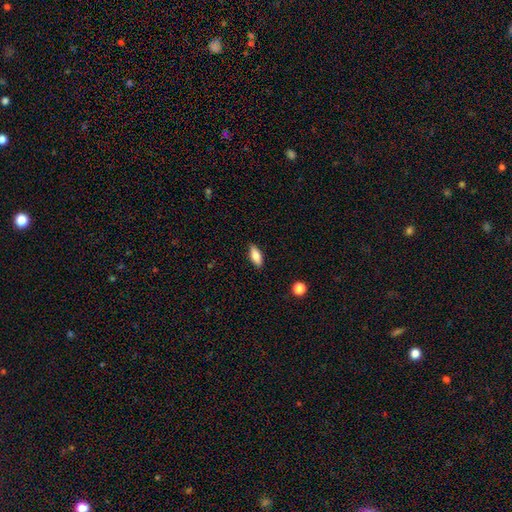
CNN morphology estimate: Smooth or featured?
  - smooth: 80% *
  - featured or disk: 13%
  - star or artifact: 7%
How rounded?
  - in between: 79% *
  - cigar-shaped: 18%
  - round: 3%
Merging?
  - none: 87% *
  - minor disturbance: 10%
  - major disturbance: 2%
  - merger: 1%